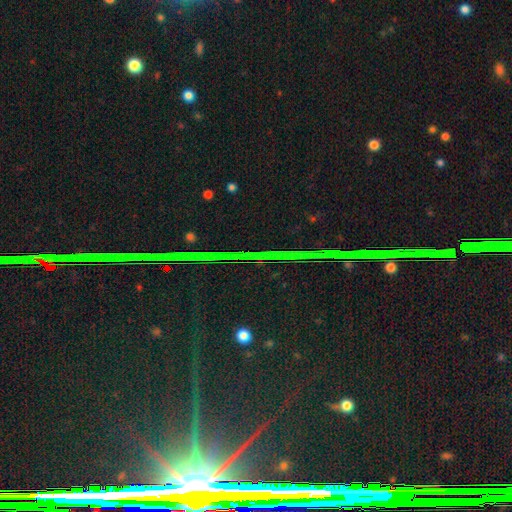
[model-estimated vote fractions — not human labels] This is clearly a star or artifact rather than a galaxy (87%).